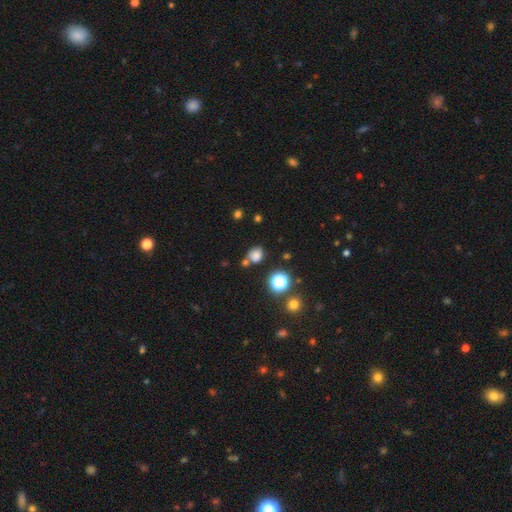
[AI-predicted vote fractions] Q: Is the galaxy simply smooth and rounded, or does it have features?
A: smooth — 75%.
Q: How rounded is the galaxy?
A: round — 63%.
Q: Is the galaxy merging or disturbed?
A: none — 64%.